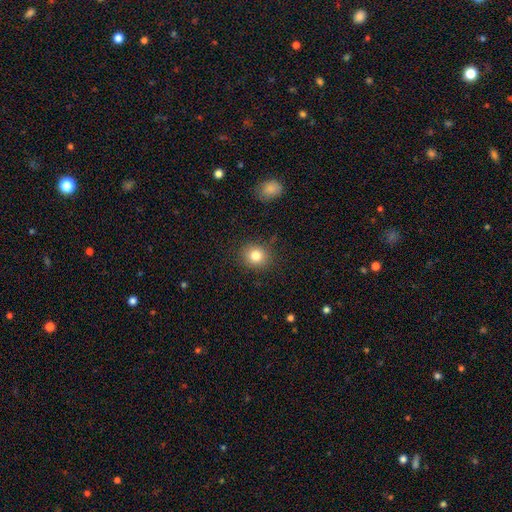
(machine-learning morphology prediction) A smooth galaxy with no disk features (82%) that is round (78%).

Vote fractions:
- Smooth or featured? smooth: 82% / star or artifact: 11% / featured or disk: 7%
- How rounded? round: 78% / in between: 21% / cigar-shaped: 1%
- Merging? none: 87% / minor disturbance: 9% / major disturbance: 3% / merger: 1%